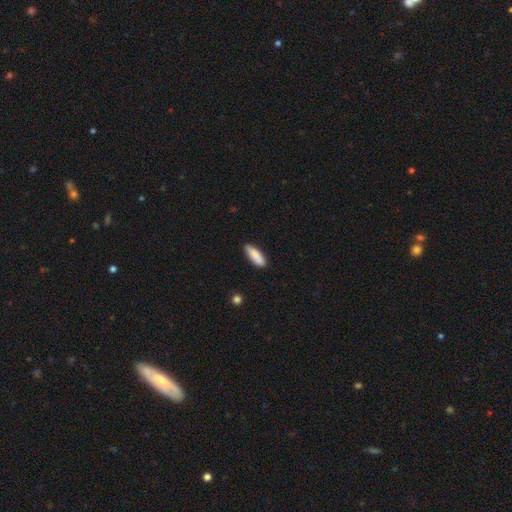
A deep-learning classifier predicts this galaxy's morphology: This appears to be a smooth galaxy with no disk features (87%) that is in between round and cigar-shaped (49%, tied with cigar-shaped). Merging: none (83%).